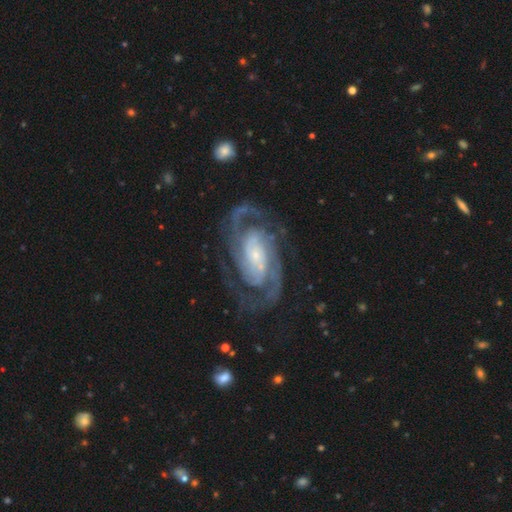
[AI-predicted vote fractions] featured or disk 92%, star or artifact 4%, smooth 4%. Down the decision tree: edge-on disk — no (97%); bar — no (50%); spiral arms — yes (98%); spiral arm count — 2 (66%); spiral winding — tight (49%); bulge size — small (74%); merging — none (74%).